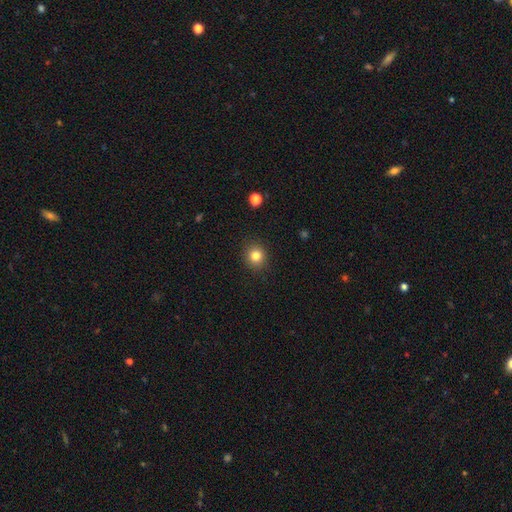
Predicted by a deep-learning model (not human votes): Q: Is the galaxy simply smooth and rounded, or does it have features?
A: smooth — 82%.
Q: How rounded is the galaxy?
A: round — 85%.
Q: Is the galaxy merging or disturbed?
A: none — 90%.